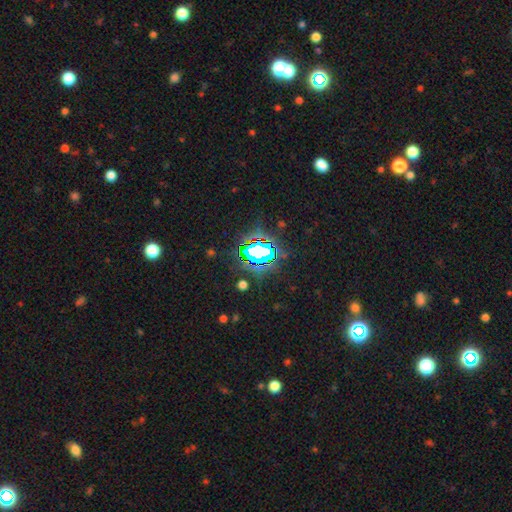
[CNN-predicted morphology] Smooth or featured?
  - star or artifact: 73% *
  - smooth: 16%
  - featured or disk: 11%